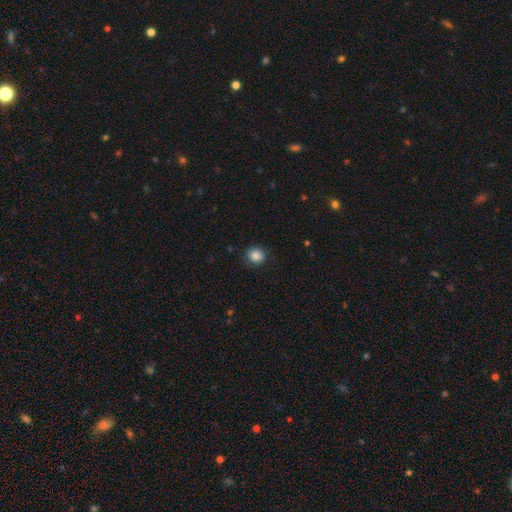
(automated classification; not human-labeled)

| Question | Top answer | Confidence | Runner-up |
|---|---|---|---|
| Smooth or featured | smooth | 86% | star or artifact (10%) |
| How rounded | round | 80% | in between (19%) |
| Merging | none | 83% | minor disturbance (12%) |